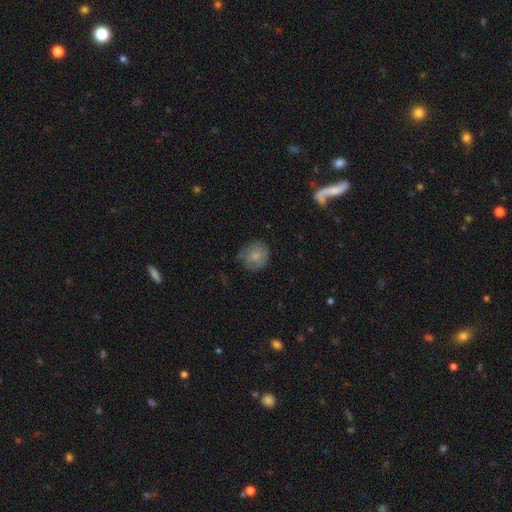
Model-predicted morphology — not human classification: A smooth galaxy with no disk features (77%) that is round (84%). Merging: none (66%).